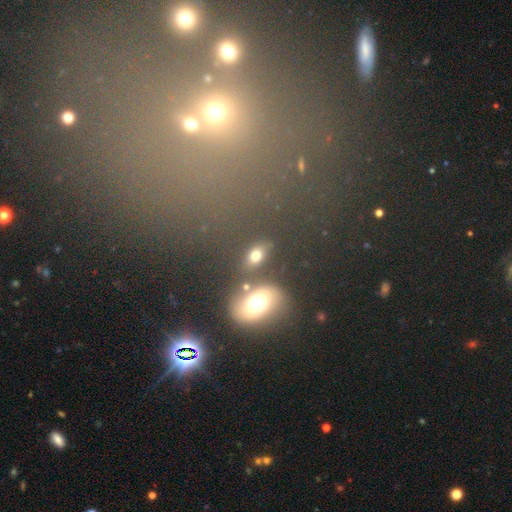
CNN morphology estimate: A smooth galaxy with no disk features (71%) that is in between round and cigar-shaped (73%).

Vote fractions:
- Smooth or featured? smooth: 71% / star or artifact: 15% / featured or disk: 14%
- How rounded? in between: 73% / round: 22% / cigar-shaped: 4%
- Merging? none: 71% / merger: 13% / minor disturbance: 11% / major disturbance: 5%